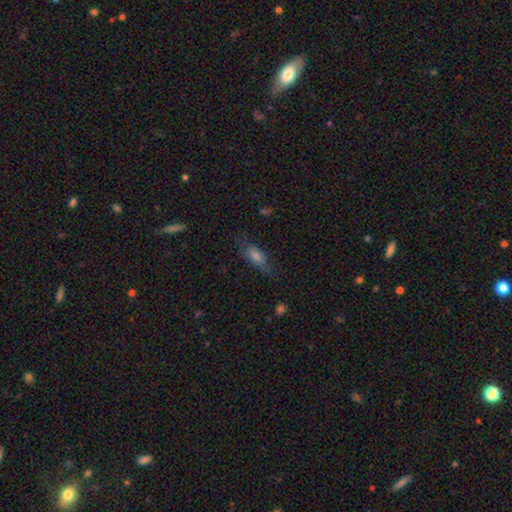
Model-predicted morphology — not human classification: smooth_or_featured: smooth (p=0.61) [alt: featured or disk p=0.27]
how_rounded: in between (p=0.56) [alt: cigar-shaped p=0.40]
merging: none (p=0.71) [alt: minor disturbance p=0.20]